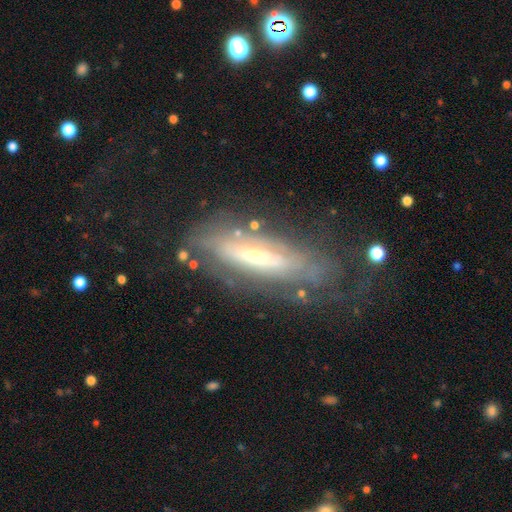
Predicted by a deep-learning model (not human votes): This is likely a featured or disk galaxy (74%). It is likely not viewed edge-on (64%). Merging: likely none (66%).